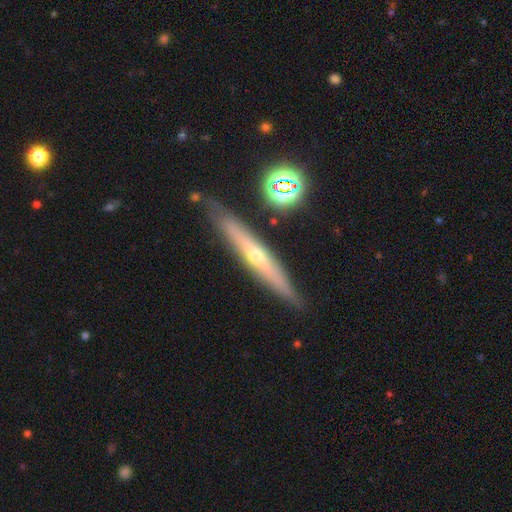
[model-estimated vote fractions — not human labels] A featured or disk galaxy (65%) viewed edge-on (91%) with a rounded central bulge (73%). Merging: none (85%).